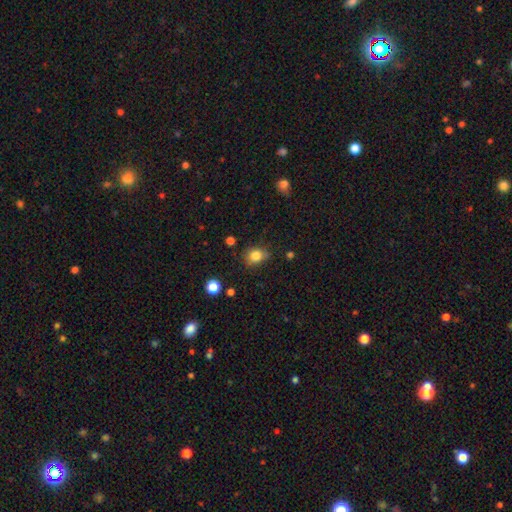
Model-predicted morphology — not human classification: Smooth or featured? smooth (82%)
How rounded? round (66%)
Merging? none (73%)